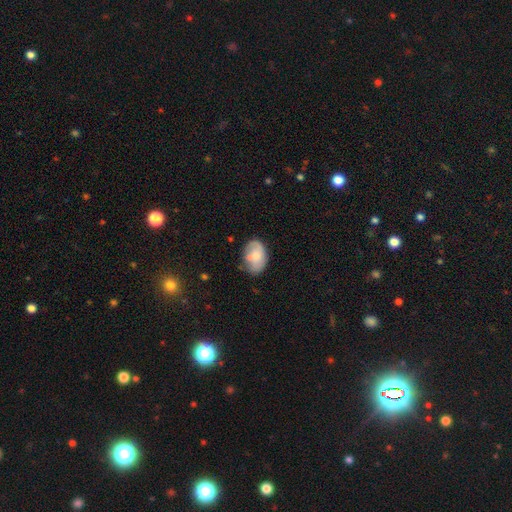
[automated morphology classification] This is likely a smooth galaxy (69%). How rounded: clearly in between (86%). Merging: possibly none (56%).